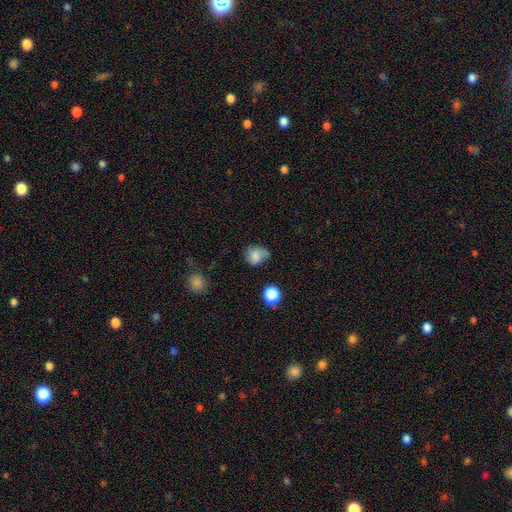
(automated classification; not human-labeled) A smooth galaxy with no disk features (70%) that is round (51%). Merging: none (44%).